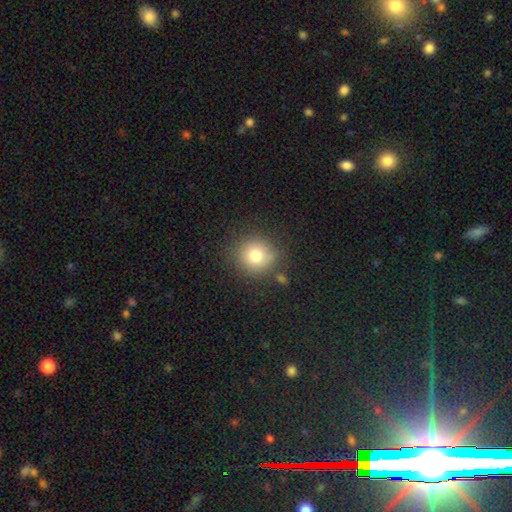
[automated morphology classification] A smooth galaxy with no disk features (78%) that is round (92%). Merging: none (83%).